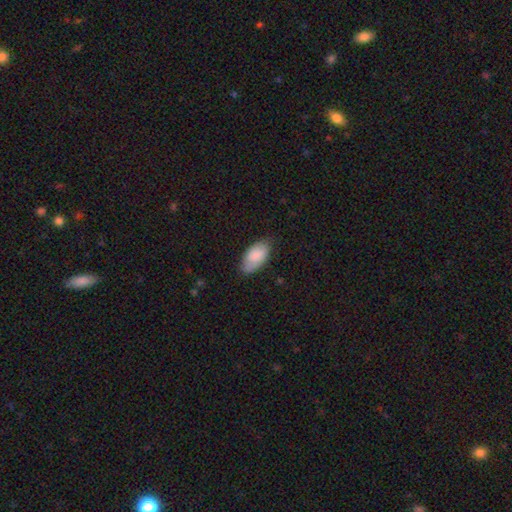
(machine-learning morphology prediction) Q: Smooth or featured?
A: smooth (81%); runner-up: featured or disk (13%)
Q: How rounded?
A: in between (94%); runner-up: cigar-shaped (3%)
Q: Merging?
A: none (73%); runner-up: minor disturbance (22%)